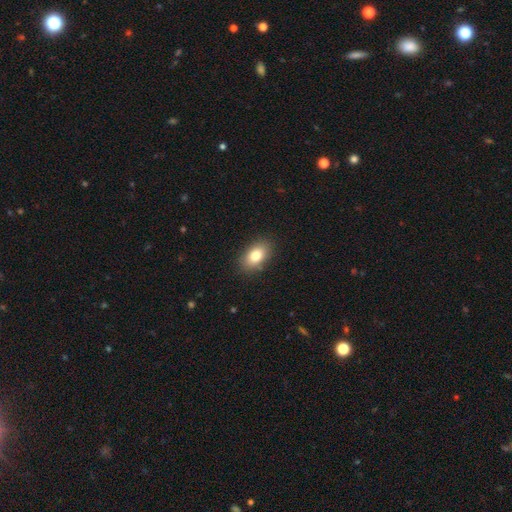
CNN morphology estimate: smooth-or-featured: smooth: 80% | featured or disk: 11% | star or artifact: 9%
  how-rounded: in between: 87% | round: 12% | cigar-shaped: 2%
  merging: none: 87% | minor disturbance: 10% | major disturbance: 2% | merger: 1%